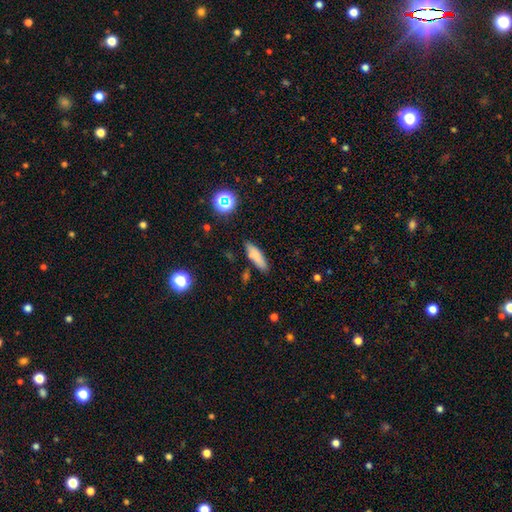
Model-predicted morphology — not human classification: Smooth or featured? Predicted: smooth (p=0.79). How rounded? Predicted: cigar-shaped (p=0.55). Merging? Predicted: none (p=0.80).